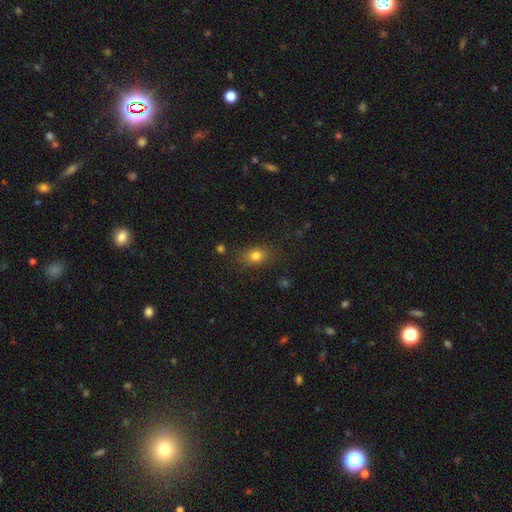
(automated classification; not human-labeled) A smooth galaxy with no disk features (79%) that is in between round and cigar-shaped (64%). Merging: none (80%).